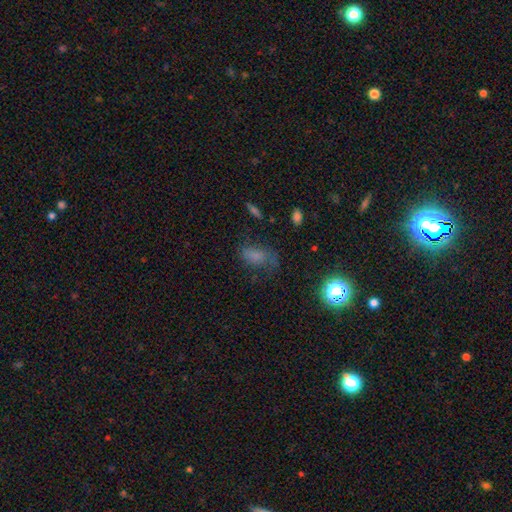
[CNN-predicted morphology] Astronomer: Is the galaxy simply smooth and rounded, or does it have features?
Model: smooth — 65%.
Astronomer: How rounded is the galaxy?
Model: in between — 84%.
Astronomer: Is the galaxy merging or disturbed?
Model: none — 48% (runner-up: minor disturbance, 28%).